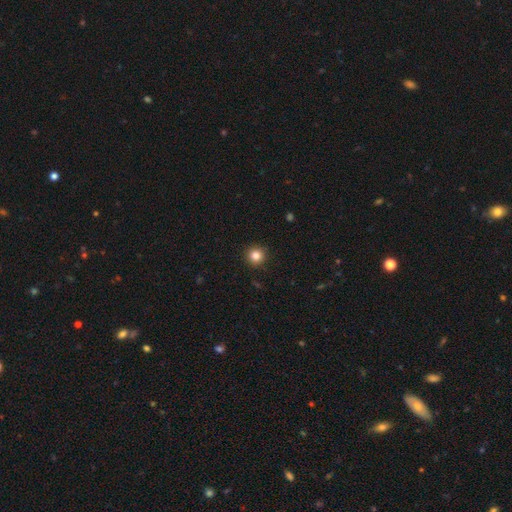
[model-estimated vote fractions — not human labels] Overall: smooth (83%). How rounded: round (95%). Merging: none (93%).